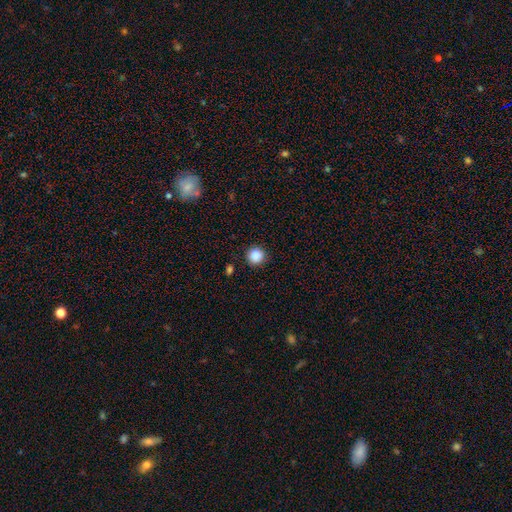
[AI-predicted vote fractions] smooth_or_featured: smooth (p=0.88) [alt: star or artifact p=0.09]
how_rounded: round (p=0.94) [alt: in between p=0.05]
merging: none (p=0.90) [alt: minor disturbance p=0.06]